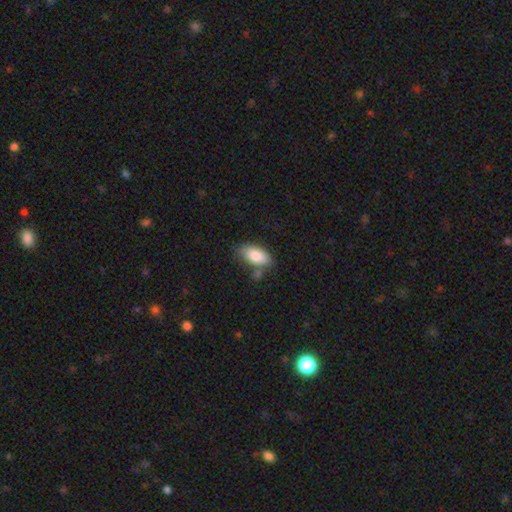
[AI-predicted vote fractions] Smooth or featured? Predicted: smooth (p=0.84). How rounded? Predicted: in between (p=0.92). Merging? Predicted: none (p=0.61).